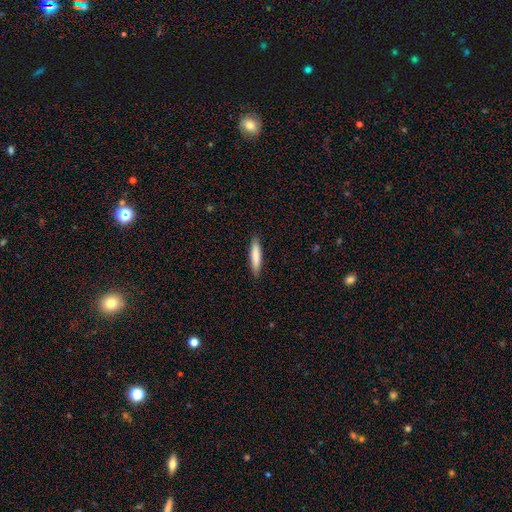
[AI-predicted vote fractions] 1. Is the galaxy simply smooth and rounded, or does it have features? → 83% smooth, 12% featured or disk, 6% star or artifact.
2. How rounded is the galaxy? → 86% cigar-shaped, 13% in between, 1% round.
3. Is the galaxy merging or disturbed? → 89% none, 8% minor disturbance, 2% major disturbance, 1% merger.